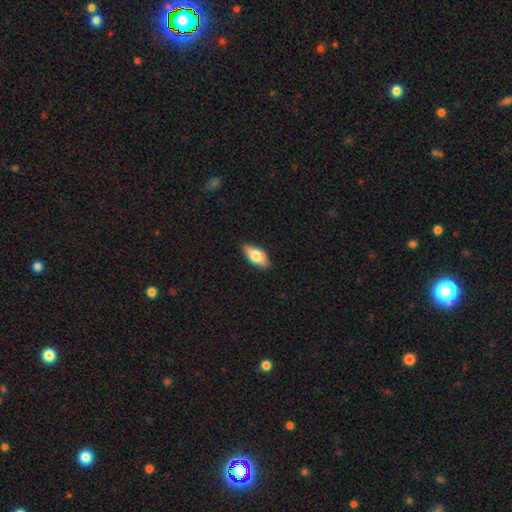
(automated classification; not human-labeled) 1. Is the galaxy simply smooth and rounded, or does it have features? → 70% smooth, 24% featured or disk, 6% star or artifact.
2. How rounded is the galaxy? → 87% in between, 10% cigar-shaped, 3% round.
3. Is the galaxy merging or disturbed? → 85% none, 12% minor disturbance, 2% major disturbance, 1% merger.